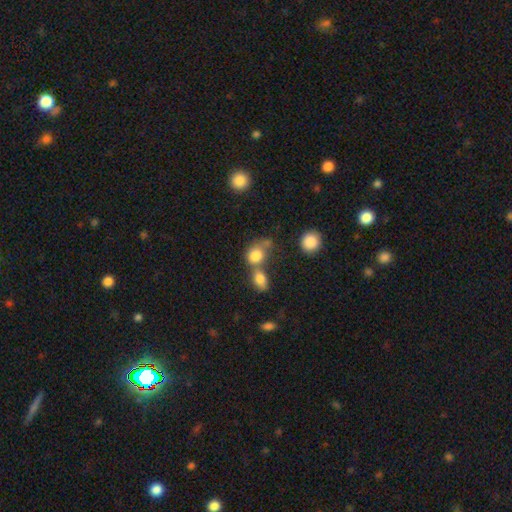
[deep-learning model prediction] Smooth or featured? smooth (81%)
How rounded? round (51%)
Merging? merger (54%)